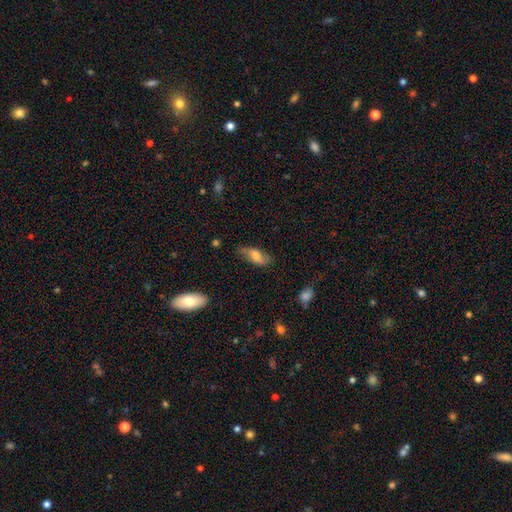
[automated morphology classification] Smooth or featured?
  - smooth: 51% *
  - featured or disk: 41%
  - star or artifact: 8%
How rounded?
  - in between: 80% *
  - cigar-shaped: 16%
  - round: 4%
Merging?
  - none: 71% *
  - minor disturbance: 21%
  - major disturbance: 6%
  - merger: 2%